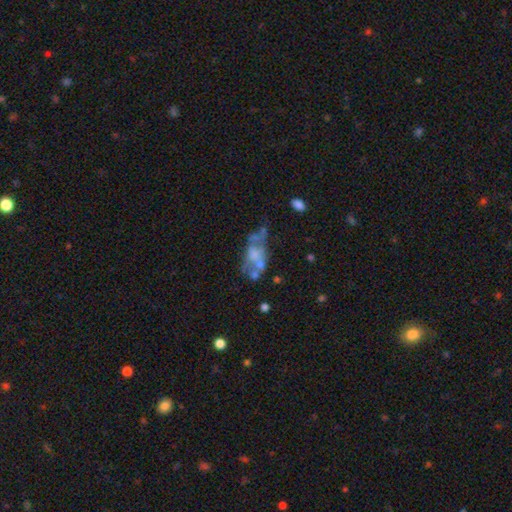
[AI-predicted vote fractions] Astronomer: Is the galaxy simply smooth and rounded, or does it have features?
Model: featured or disk — 59%.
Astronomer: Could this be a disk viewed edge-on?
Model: no — 94%.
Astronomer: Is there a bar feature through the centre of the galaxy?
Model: no — 85%.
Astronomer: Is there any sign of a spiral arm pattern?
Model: no — 86%.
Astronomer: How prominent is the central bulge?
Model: none — 45% (runner-up: moderate, 26%).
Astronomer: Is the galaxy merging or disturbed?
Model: none — 28% (runner-up: major disturbance, 27%).